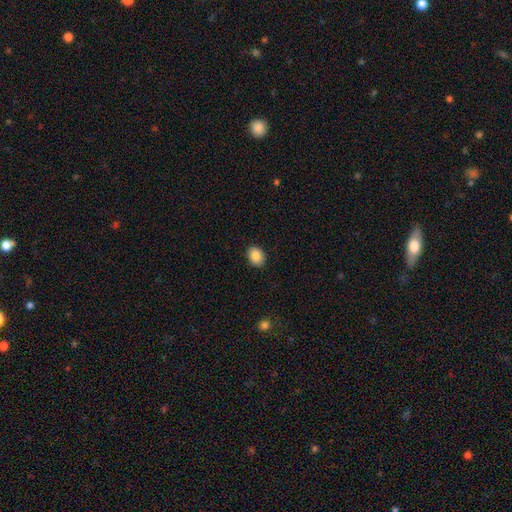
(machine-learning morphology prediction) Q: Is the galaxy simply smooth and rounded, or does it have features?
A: smooth — 86%.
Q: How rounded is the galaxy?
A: in between — 60%.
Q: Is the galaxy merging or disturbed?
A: none — 90%.